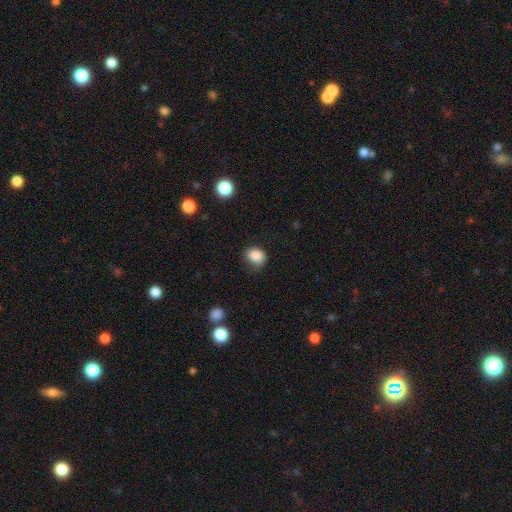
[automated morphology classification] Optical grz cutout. It shows a smooth galaxy with no disk features (85%) that is round (63%). Merging: none (57%).